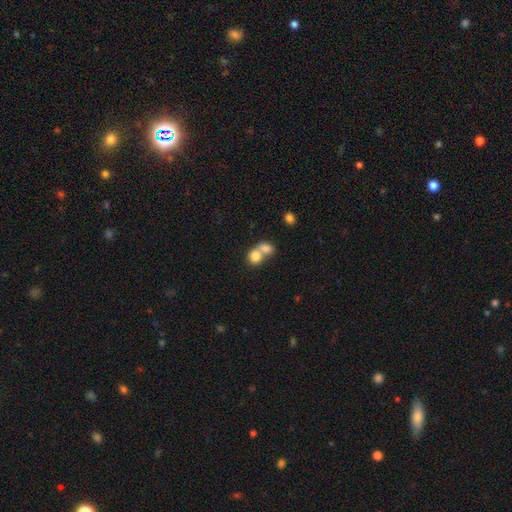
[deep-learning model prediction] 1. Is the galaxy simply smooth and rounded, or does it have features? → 79% smooth, 12% featured or disk, 9% star or artifact.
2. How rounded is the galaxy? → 67% round, 31% in between, 1% cigar-shaped.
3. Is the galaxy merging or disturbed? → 67% merger, 25% none, 5% minor disturbance, 3% major disturbance.